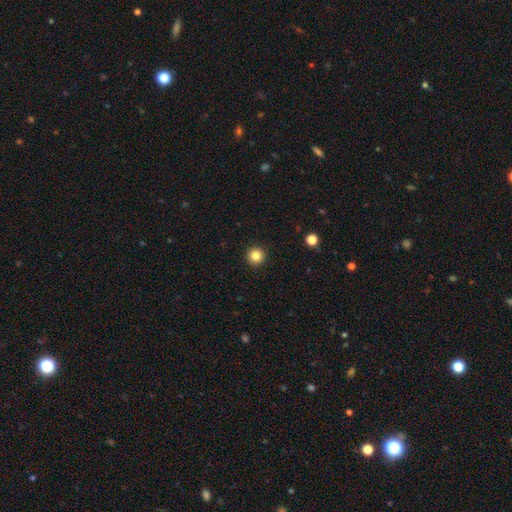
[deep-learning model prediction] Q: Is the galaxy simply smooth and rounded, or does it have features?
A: smooth — 84%.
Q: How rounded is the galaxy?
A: round — 96%.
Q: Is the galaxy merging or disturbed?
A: none — 93%.